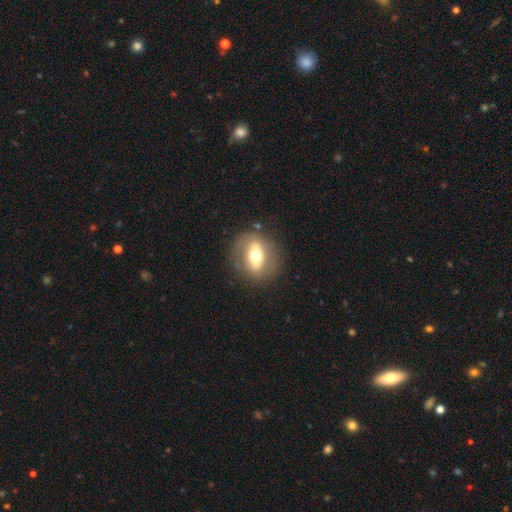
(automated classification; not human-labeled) Smooth or featured?
  - featured or disk: 51% *
  - smooth: 41%
  - star or artifact: 8%
Edge-on disk?
  - no: 71% *
  - yes: 29%
Merging?
  - none: 82% *
  - minor disturbance: 11%
  - major disturbance: 6%
  - merger: 2%